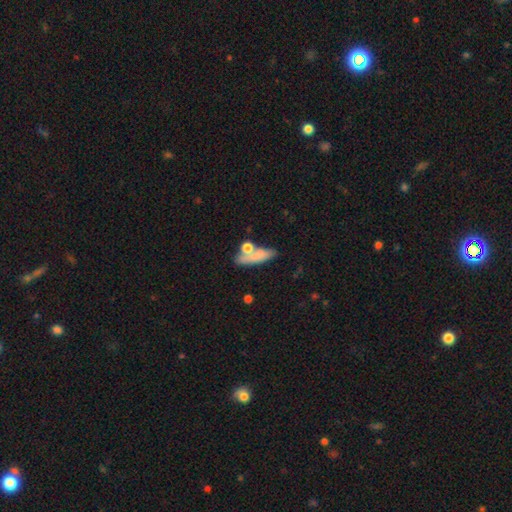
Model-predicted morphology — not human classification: A smooth galaxy with no disk features (72%) that is cigar-shaped (48%).

Vote fractions:
- Smooth or featured? smooth: 72% / featured or disk: 20% / star or artifact: 9%
- How rounded? cigar-shaped: 48% / in between: 42% / round: 10%
- Merging? none: 55% / merger: 22% / minor disturbance: 16% / major disturbance: 7%